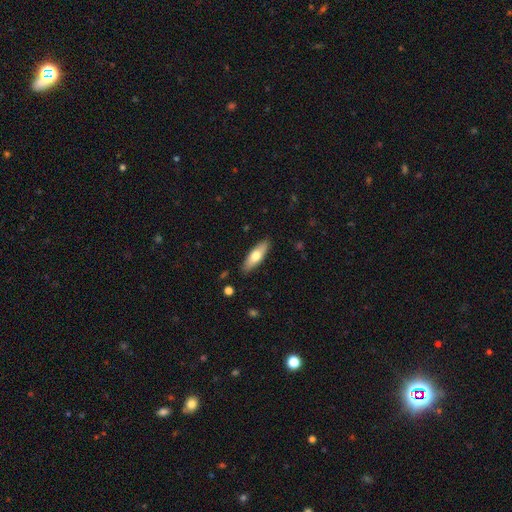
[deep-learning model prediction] smooth 65%, featured or disk 29%, star or artifact 6%. Down the decision tree: how rounded — in between (54%); merging — none (88%).